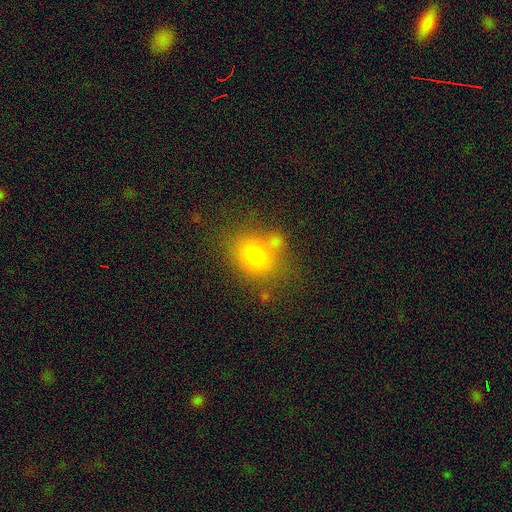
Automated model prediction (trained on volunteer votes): Smooth or featured: smooth — 74% (star or artifact — 14%)
How rounded: round — 59% (in between — 40%)
Merging: none — 66% (merger — 14%)